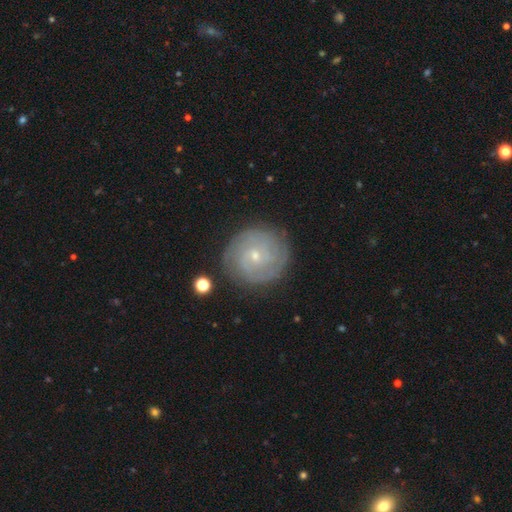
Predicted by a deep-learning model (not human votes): featured or disk 78%, smooth 15%, star or artifact 7%. Down the decision tree: edge-on disk — no (98%); bar — no (66%); spiral arms — yes (93%); spiral arm count — can't tell (31%); spiral winding — tight (75%); bulge size — small (76%); merging — none (84%).